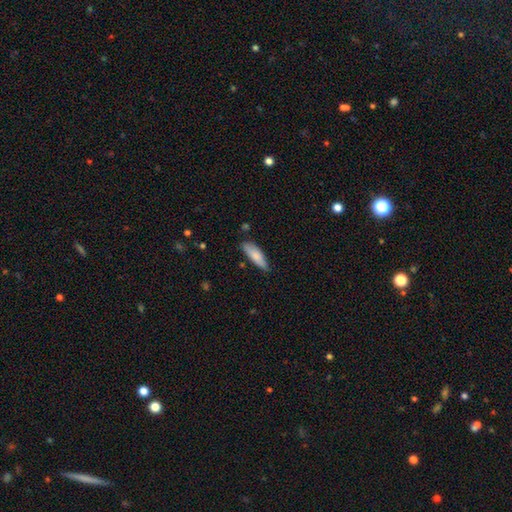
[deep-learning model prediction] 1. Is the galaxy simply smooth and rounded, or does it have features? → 82% smooth, 12% featured or disk, 6% star or artifact.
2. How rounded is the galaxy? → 50% cigar-shaped, 48% in between, 1% round.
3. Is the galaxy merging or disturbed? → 75% none, 20% minor disturbance, 3% major disturbance, 2% merger.